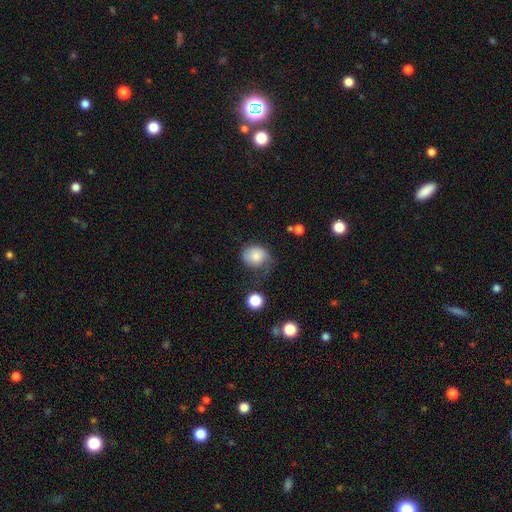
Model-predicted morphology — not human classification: The model was most divided on "merging": none: 40%, minor disturbance: 34%, major disturbance: 22%, merger: 3%. More confident: smooth or featured — smooth (77%); how rounded — round (61%).